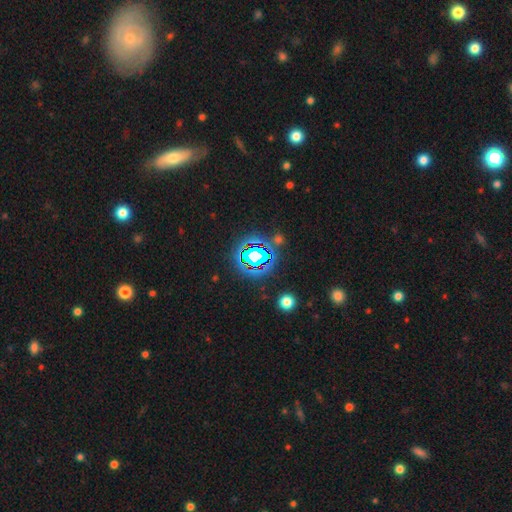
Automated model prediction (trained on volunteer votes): Smooth or featured?
  - star or artifact: 75% *
  - smooth: 15%
  - featured or disk: 11%